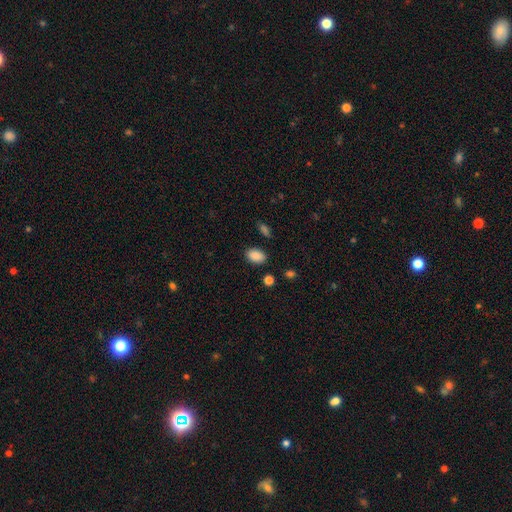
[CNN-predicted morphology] Smooth or featured?
  - smooth: 89% *
  - star or artifact: 8%
  - featured or disk: 3%
How rounded?
  - in between: 87% *
  - round: 12%
  - cigar-shaped: 1%
Merging?
  - none: 85% *
  - minor disturbance: 10%
  - major disturbance: 3%
  - merger: 2%